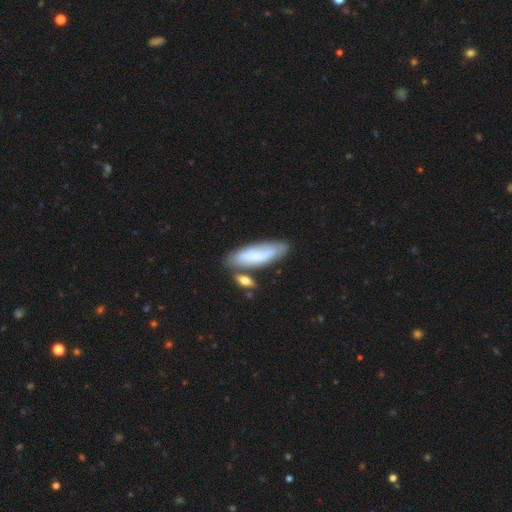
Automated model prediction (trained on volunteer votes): This appears to be a smooth galaxy with no disk features (70%) that is cigar-shaped (49%, tied with in between). Merging: none (59%).